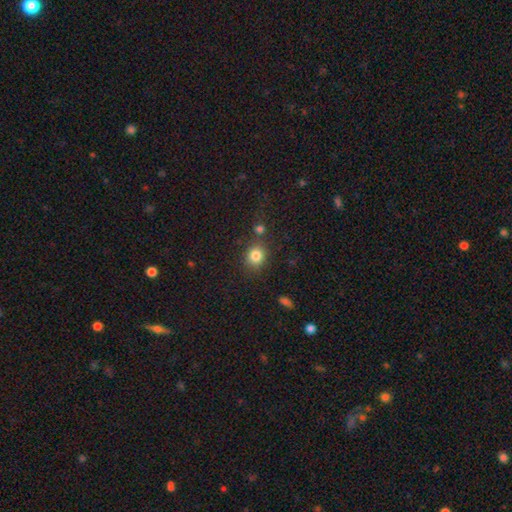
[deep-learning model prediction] This appears to be a smooth galaxy with no disk features (83%) that is round (74%). Merging: none (75%).